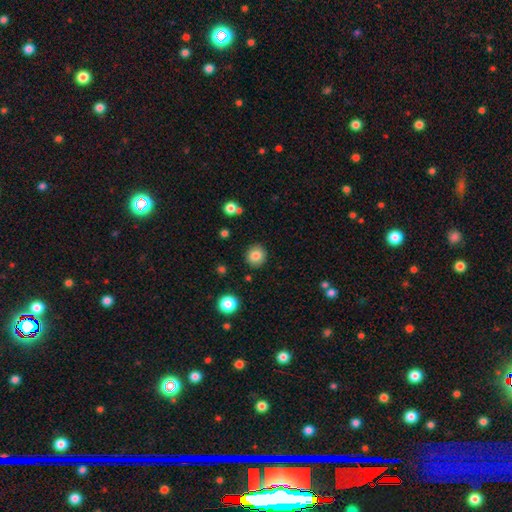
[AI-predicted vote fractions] Smooth or featured?
  - smooth: 83% *
  - star or artifact: 10%
  - featured or disk: 7%
How rounded?
  - round: 91% *
  - in between: 8%
  - cigar-shaped: 1%
Merging?
  - none: 89% *
  - minor disturbance: 7%
  - major disturbance: 2%
  - merger: 2%